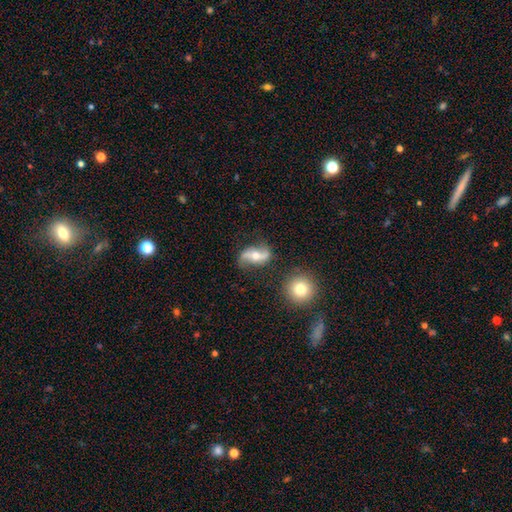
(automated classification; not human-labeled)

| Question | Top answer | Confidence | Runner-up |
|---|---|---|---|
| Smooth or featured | featured or disk | 81% | smooth (13%) |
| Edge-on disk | no | 95% | yes (5%) |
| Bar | no | 45% | weak (31%) |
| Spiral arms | yes | 93% | no (7%) |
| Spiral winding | loose | 82% | medium (13%) |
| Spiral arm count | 2 | 93% | can't tell (2%) |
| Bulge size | moderate | 66% | small (26%) |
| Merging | none | 75% | minor disturbance (15%) |